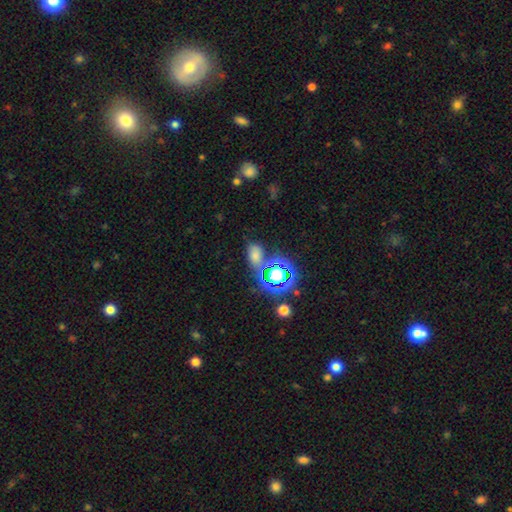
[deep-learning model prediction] smooth 58%, star or artifact 32%, featured or disk 11%. Down the decision tree: how rounded — in between (80%); merging — none (61%).